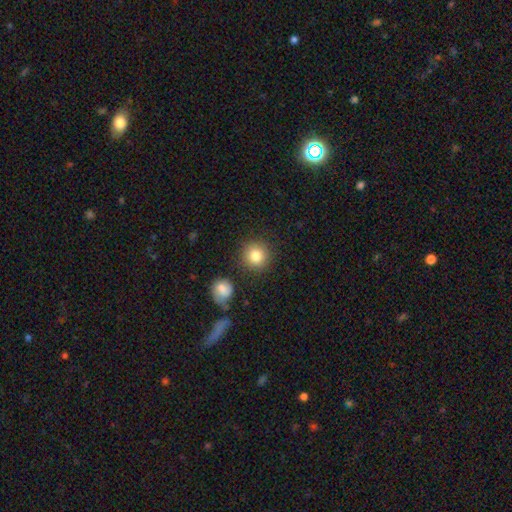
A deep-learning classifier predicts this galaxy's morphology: Smooth or featured?
  - smooth: 84% *
  - star or artifact: 9%
  - featured or disk: 7%
How rounded?
  - round: 93% *
  - in between: 7%
  - cigar-shaped: 1%
Merging?
  - none: 85% *
  - minor disturbance: 8%
  - merger: 4%
  - major disturbance: 3%